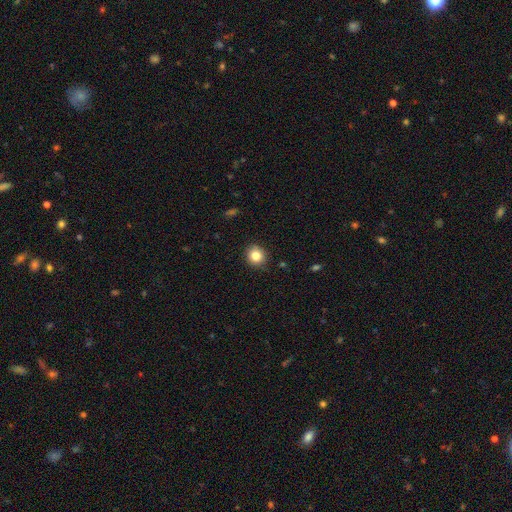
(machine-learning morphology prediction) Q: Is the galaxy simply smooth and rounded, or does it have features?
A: smooth — 84%.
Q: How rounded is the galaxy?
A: round — 85%.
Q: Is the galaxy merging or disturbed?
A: none — 89%.